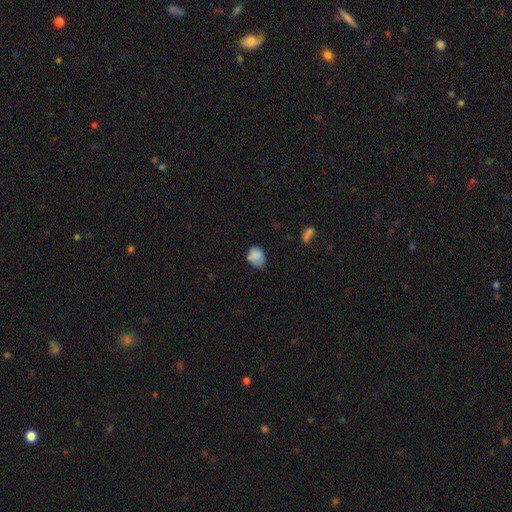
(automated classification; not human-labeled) Smooth or featured? Predicted: smooth (p=0.83). How rounded? Predicted: in between (p=0.60). Merging? Predicted: none (p=0.45).